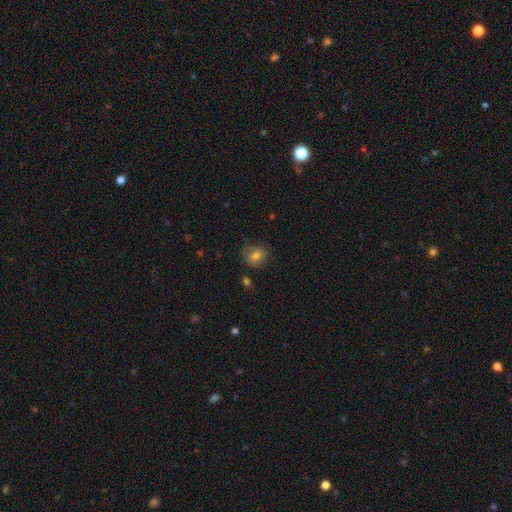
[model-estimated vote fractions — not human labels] A smooth galaxy with no disk features (73%) that is round (70%).

Vote fractions:
- Smooth or featured? smooth: 73% / featured or disk: 15% / star or artifact: 12%
- How rounded? round: 70% / in between: 29% / cigar-shaped: 1%
- Merging? none: 71% / minor disturbance: 21% / major disturbance: 6% / merger: 2%